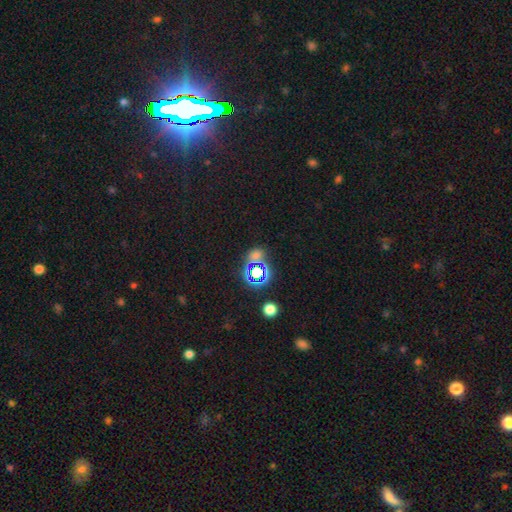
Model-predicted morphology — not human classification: type=star or artifact (47%).